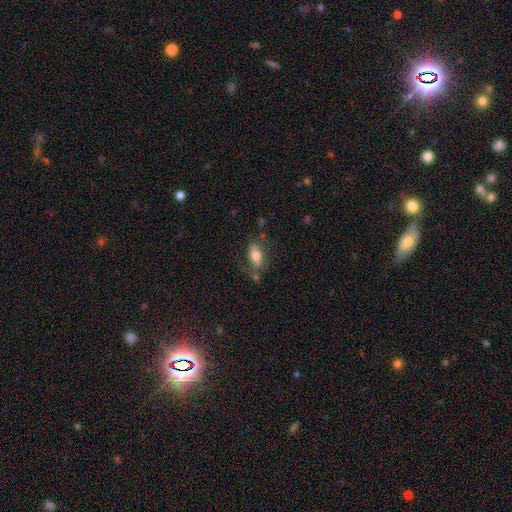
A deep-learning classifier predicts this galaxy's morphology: Smooth or featured: smooth — 58% (featured or disk — 35%)
How rounded: in between — 84% (round — 8%)
Merging: none — 47% (minor disturbance — 22%)